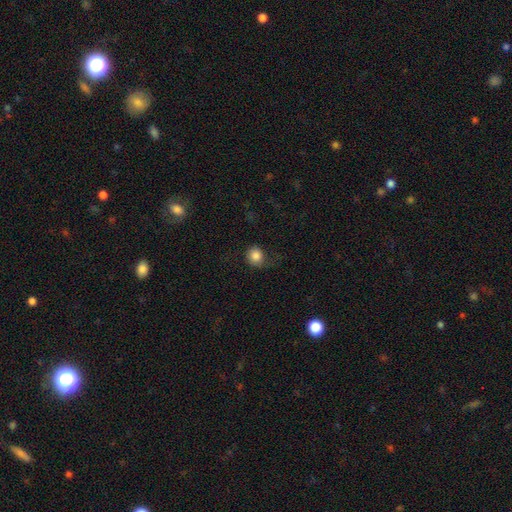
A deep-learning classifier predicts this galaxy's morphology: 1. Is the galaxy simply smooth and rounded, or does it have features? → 83% smooth, 10% star or artifact, 7% featured or disk.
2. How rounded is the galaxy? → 83% round, 16% in between, 1% cigar-shaped.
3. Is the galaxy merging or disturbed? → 61% none, 22% minor disturbance, 16% major disturbance, 2% merger.